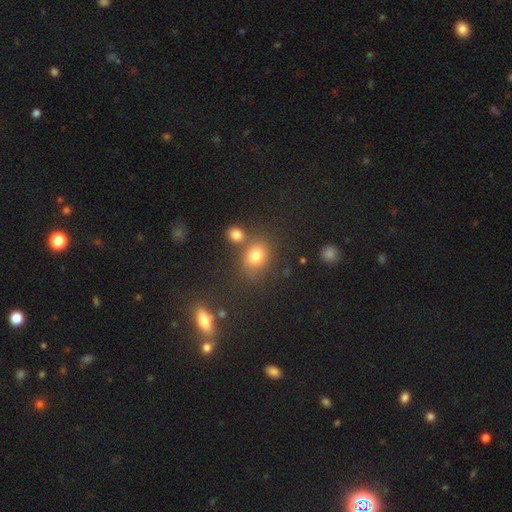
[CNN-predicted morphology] smooth_or_featured: smooth (p=0.75) [alt: star or artifact p=0.15]
how_rounded: round (p=0.58) [alt: in between p=0.40]
merging: none (p=0.63) [alt: merger p=0.19]